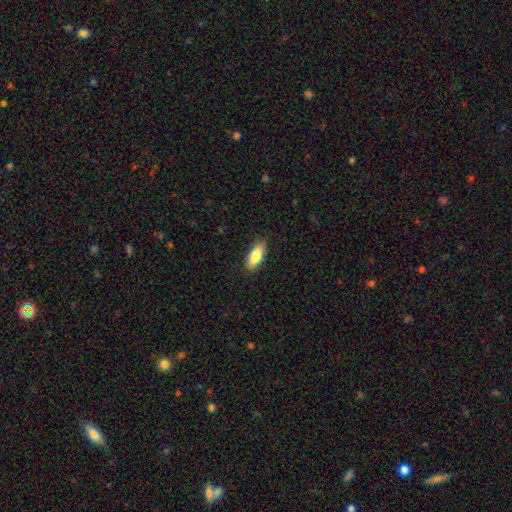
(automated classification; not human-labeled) A smooth galaxy with no disk features (82%) that is in between round and cigar-shaped (72%). Merging: none (89%).